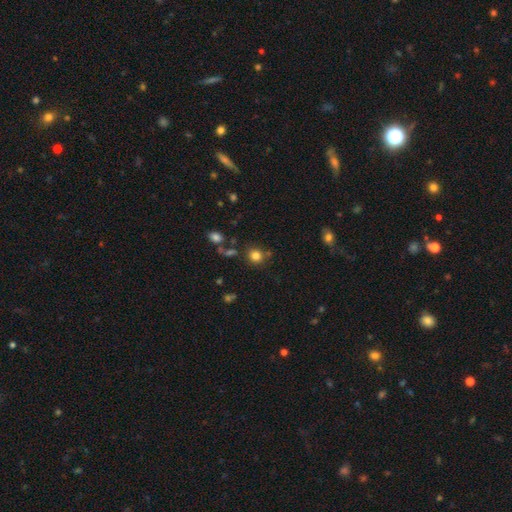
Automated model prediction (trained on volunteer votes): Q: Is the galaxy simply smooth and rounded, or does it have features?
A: smooth — 81%.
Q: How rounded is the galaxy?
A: round — 84%.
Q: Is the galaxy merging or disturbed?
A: none — 78%.